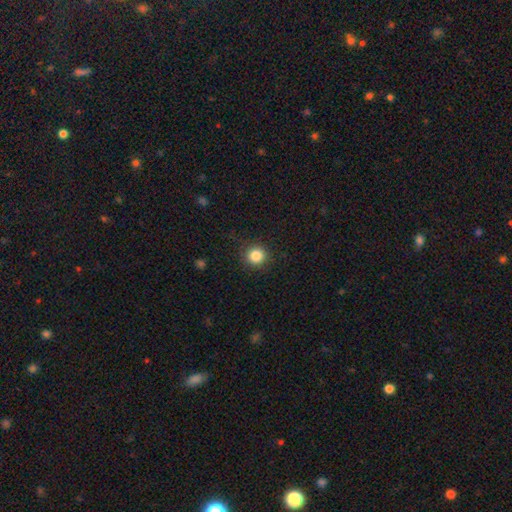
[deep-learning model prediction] smooth_or_featured: smooth (p=0.85) [alt: star or artifact p=0.11]
how_rounded: round (p=0.92) [alt: in between p=0.07]
merging: none (p=0.89) [alt: minor disturbance p=0.07]